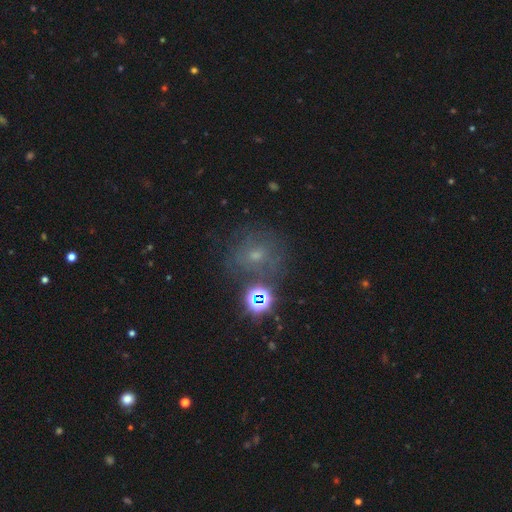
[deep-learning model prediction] smooth 40%, star or artifact 31%, featured or disk 29%. Down the decision tree: merging — none (63%).